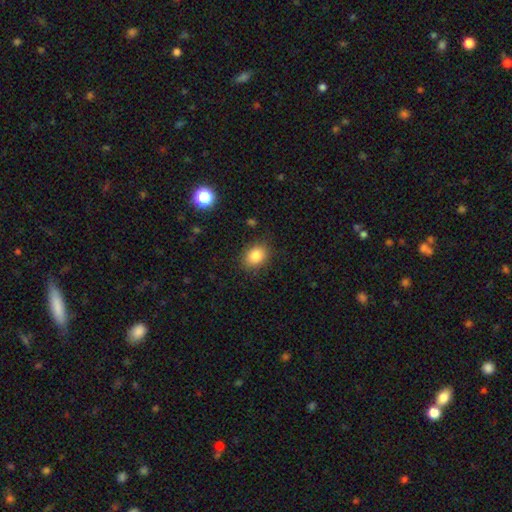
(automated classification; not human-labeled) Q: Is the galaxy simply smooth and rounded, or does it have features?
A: smooth — 83%.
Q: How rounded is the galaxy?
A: in between — 57%.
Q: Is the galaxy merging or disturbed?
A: none — 86%.